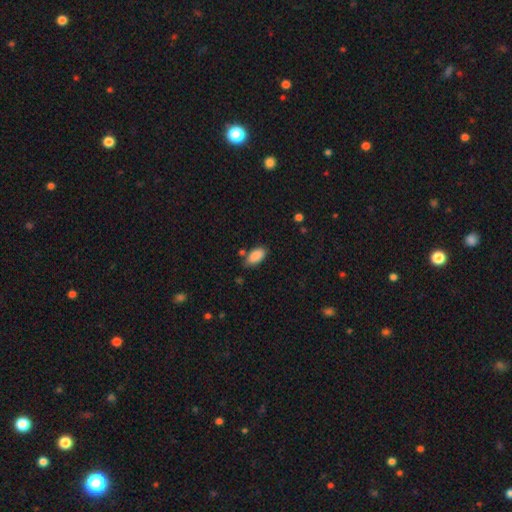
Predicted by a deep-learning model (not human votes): A smooth galaxy with no disk features (88%) that is in between round and cigar-shaped (93%). Merging: none (70%).